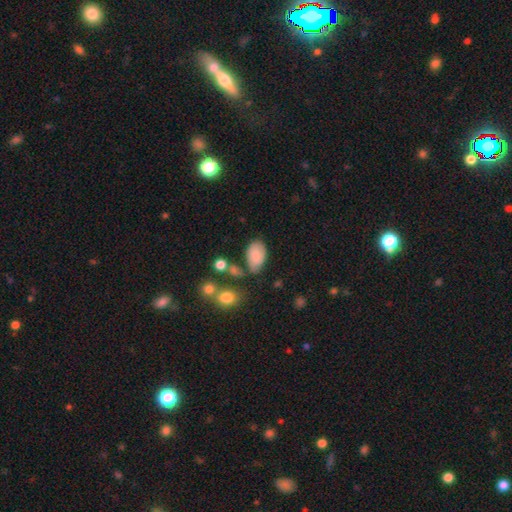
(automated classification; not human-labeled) A smooth galaxy with no disk features (81%) that is in between round and cigar-shaped (92%).

Vote fractions:
- Smooth or featured? smooth: 81% / featured or disk: 11% / star or artifact: 8%
- How rounded? in between: 92% / round: 7% / cigar-shaped: 1%
- Merging? none: 59% / minor disturbance: 26% / merger: 8% / major disturbance: 8%